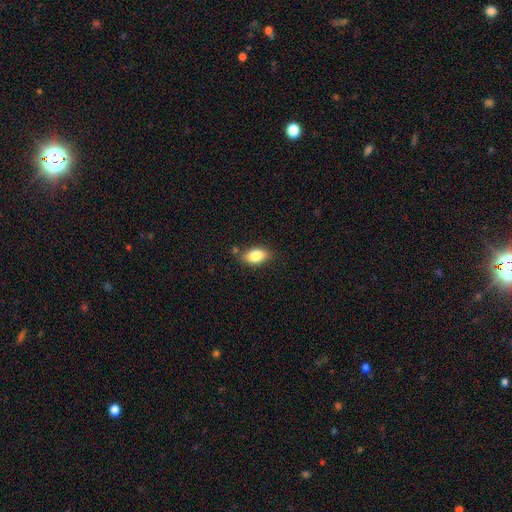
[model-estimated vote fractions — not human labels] A smooth galaxy with no disk features (84%) that is in between round and cigar-shaped (89%).

Vote fractions:
- Smooth or featured? smooth: 84% / featured or disk: 9% / star or artifact: 8%
- How rounded? in between: 89% / round: 8% / cigar-shaped: 3%
- Merging? none: 78% / minor disturbance: 15% / merger: 4% / major disturbance: 3%